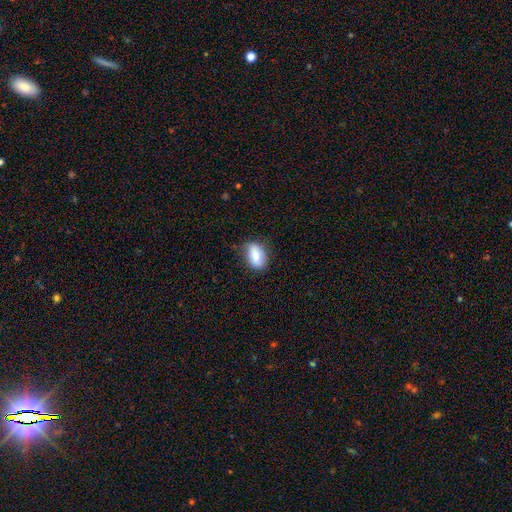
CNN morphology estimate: smooth_or_featured: smooth (p=0.80) [alt: featured or disk p=0.13]
how_rounded: in between (p=0.87) [alt: round p=0.09]
merging: none (p=0.74) [alt: minor disturbance p=0.20]